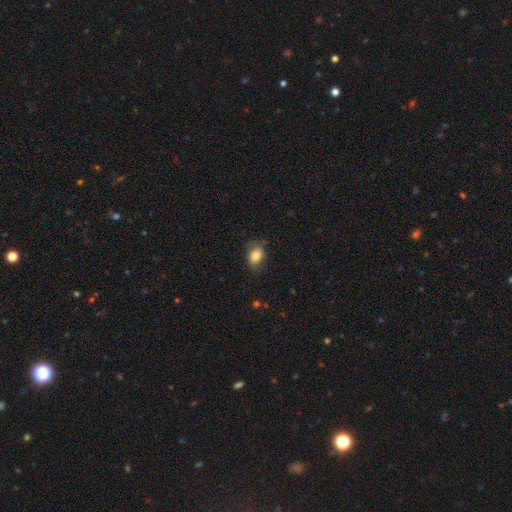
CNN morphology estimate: This appears to be a smooth galaxy with no disk features (82%) that is in between round and cigar-shaped (70%). Merging: none (67%).